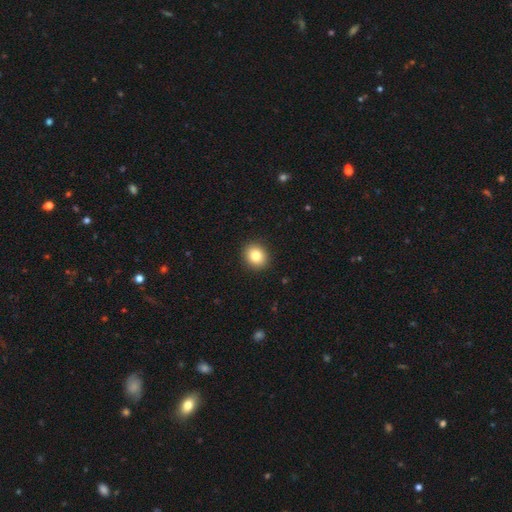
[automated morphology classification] This is clearly a smooth galaxy (83%). How rounded: likely round (69%). Merging: clearly none (91%).